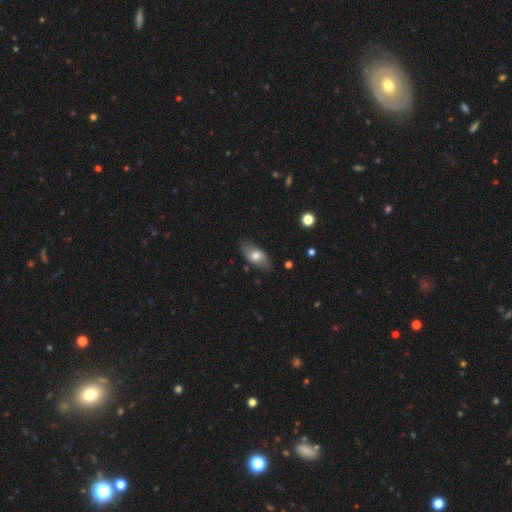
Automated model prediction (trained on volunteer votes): smooth-or-featured: smooth: 67% | featured or disk: 27% | star or artifact: 7%
  how-rounded: in between: 87% | cigar-shaped: 9% | round: 5%
  merging: none: 79% | minor disturbance: 16% | major disturbance: 3% | merger: 2%